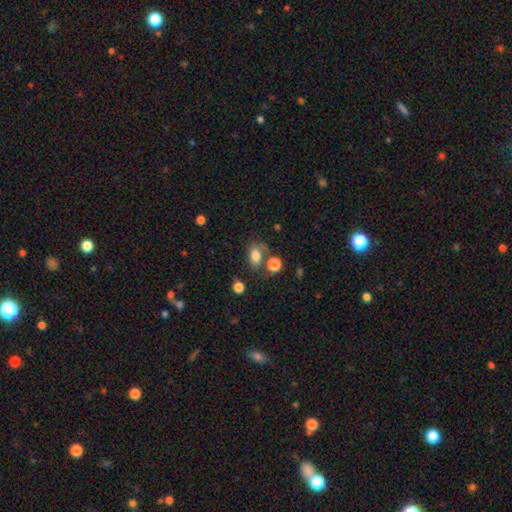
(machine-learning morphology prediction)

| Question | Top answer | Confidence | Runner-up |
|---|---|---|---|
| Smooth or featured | smooth | 79% | star or artifact (11%) |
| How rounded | in between | 81% | round (17%) |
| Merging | none | 56% | minor disturbance (18%) |